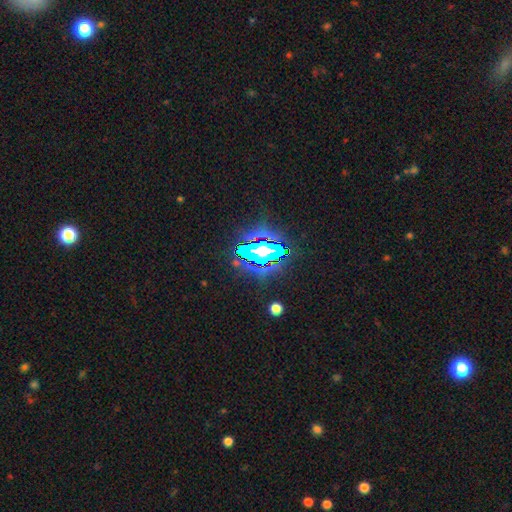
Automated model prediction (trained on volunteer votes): This is likely a star or artifact rather than a galaxy (75%).